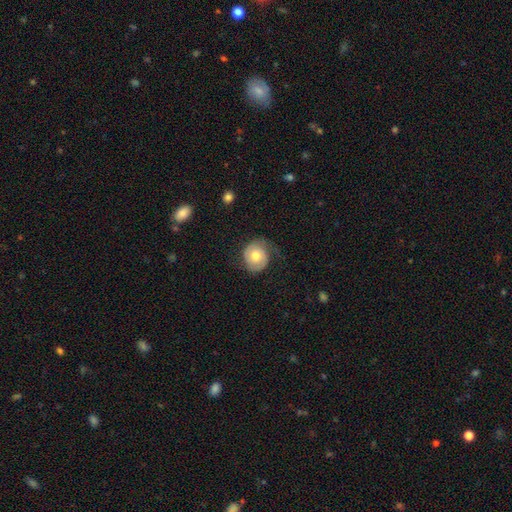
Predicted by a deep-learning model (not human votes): Overall: featured or disk (48%; smooth 45%). Merging: none (59%; minor disturbance 24%).